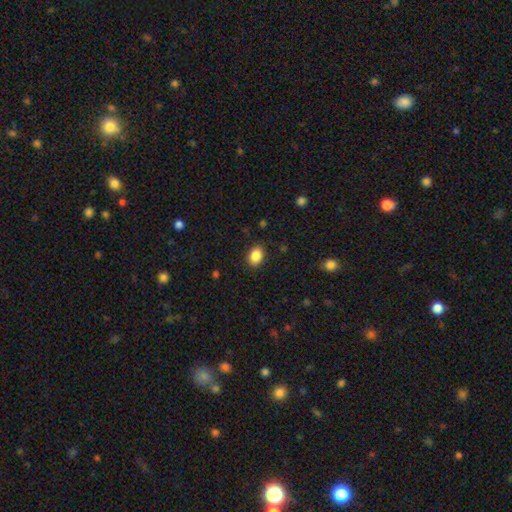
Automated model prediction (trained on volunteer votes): Smooth or featured: smooth — 87% (star or artifact — 8%)
How rounded: in between — 74% (round — 25%)
Merging: none — 88% (minor disturbance — 8%)